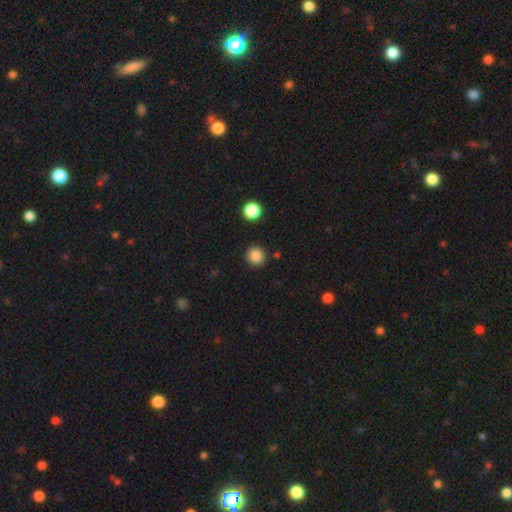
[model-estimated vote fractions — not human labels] This appears to be a smooth galaxy with no disk features (86%) that is round (92%). Merging: none (90%).